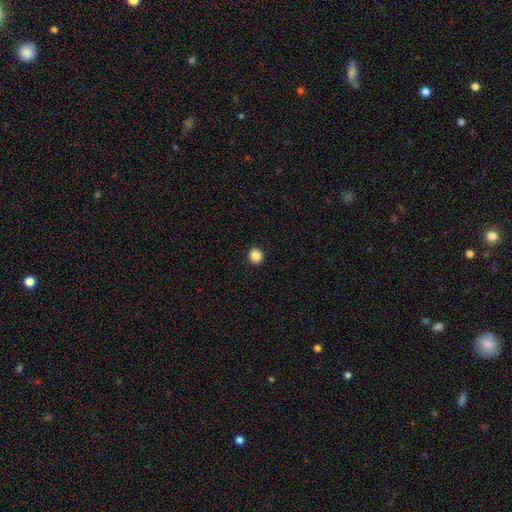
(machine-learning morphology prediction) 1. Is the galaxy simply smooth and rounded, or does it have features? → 88% smooth, 10% star or artifact, 3% featured or disk.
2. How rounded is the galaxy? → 86% round, 13% in between, 1% cigar-shaped.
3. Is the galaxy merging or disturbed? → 93% none, 4% minor disturbance, 2% major disturbance, 1% merger.